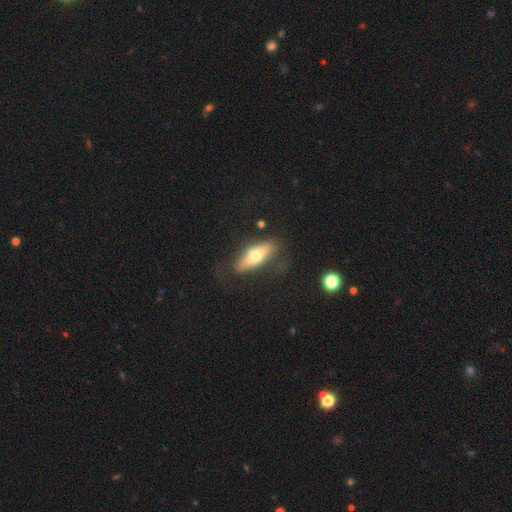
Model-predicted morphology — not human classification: Overall: smooth (56%; featured or disk 37%). How rounded: in between (57%; cigar-shaped 40%). Merging: none (68%).